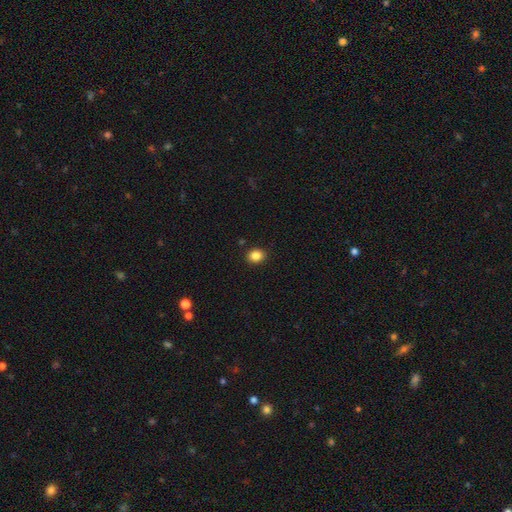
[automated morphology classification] This is clearly a smooth galaxy (86%). How rounded: likely round (61%). Merging: clearly none (90%).